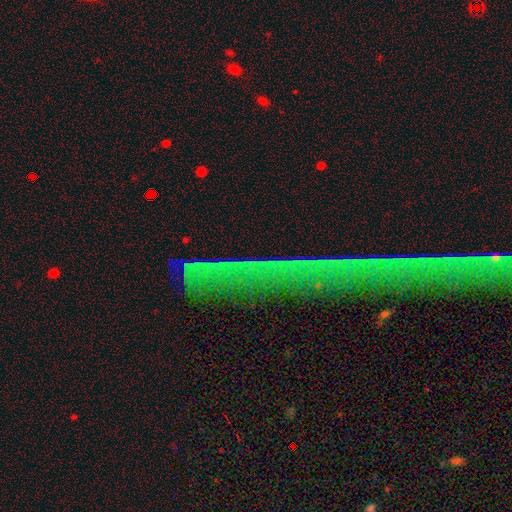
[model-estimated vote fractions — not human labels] smooth-or-featured: star or artifact: 80% | featured or disk: 11% | smooth: 9%